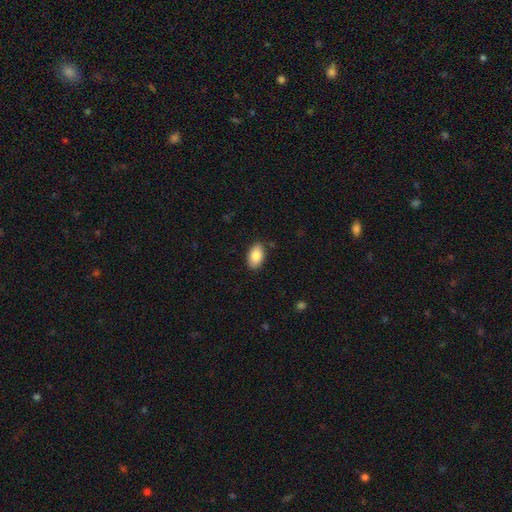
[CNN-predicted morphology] smooth_or_featured: smooth (p=0.88) [alt: star or artifact p=0.07]
how_rounded: in between (p=0.94) [alt: round p=0.05]
merging: none (p=0.86) [alt: minor disturbance p=0.10]